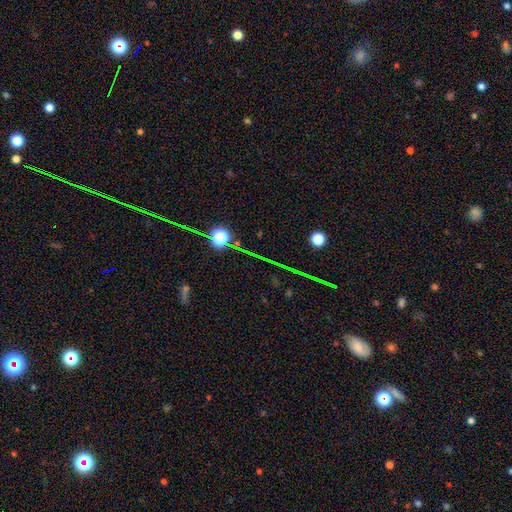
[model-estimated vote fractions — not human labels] smooth-or-featured: star or artifact: 76% | smooth: 13% | featured or disk: 11%